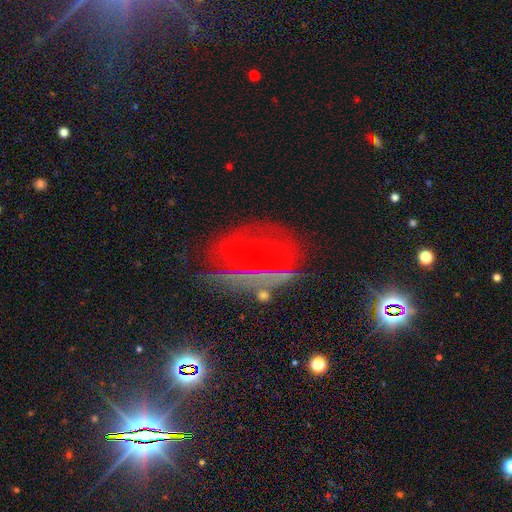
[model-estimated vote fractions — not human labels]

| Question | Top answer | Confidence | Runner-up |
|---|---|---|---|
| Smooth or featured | featured or disk | 49% | star or artifact (32%) |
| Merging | none | 55% | minor disturbance (20%) |